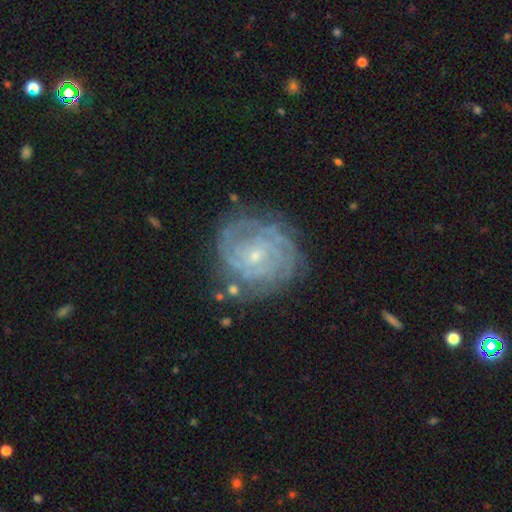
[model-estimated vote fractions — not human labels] Smooth or featured? Predicted: featured or disk (p=0.83). Edge-on disk? Predicted: no (p=0.98). Bar? Predicted: no (p=0.66). Spiral arms? Predicted: yes (p=0.95). Spiral winding? Predicted: tight (p=0.77). Spiral arm count? Predicted: can't tell (p=0.34). Bulge size? Predicted: small (p=0.82). Merging? Predicted: none (p=0.74).